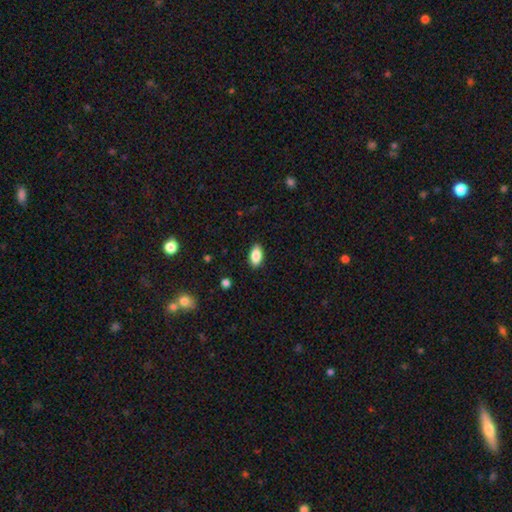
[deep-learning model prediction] Morphology: type=smooth (87%); roundness=in between (93%); merging=none (88%).